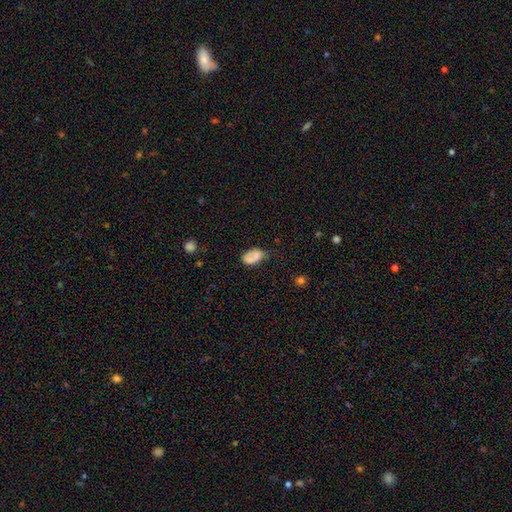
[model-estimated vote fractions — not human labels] A smooth galaxy with no disk features (71%) that is in between round and cigar-shaped (88%). Merging: none (44%).